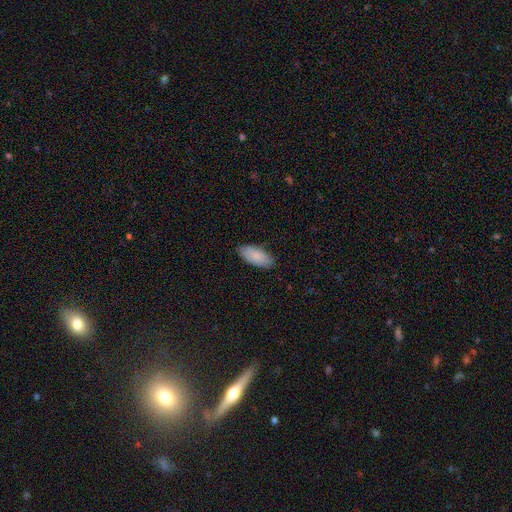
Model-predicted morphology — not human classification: smooth 86%, featured or disk 8%, star or artifact 6%. Down the decision tree: how rounded — in between (89%); merging — none (86%).